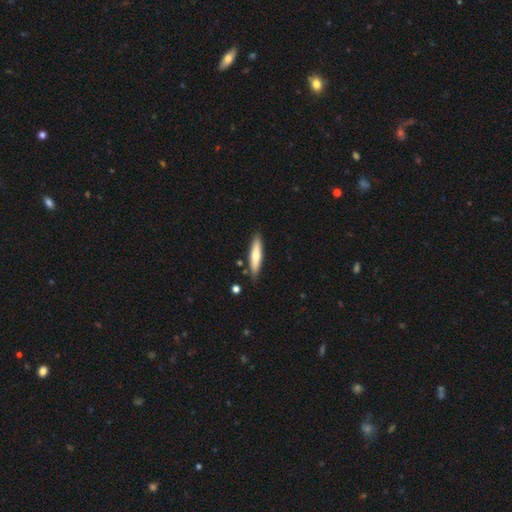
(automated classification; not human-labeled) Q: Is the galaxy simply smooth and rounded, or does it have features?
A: smooth — 61%.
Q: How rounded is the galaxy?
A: cigar-shaped — 82%.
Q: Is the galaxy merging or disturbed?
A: none — 86%.